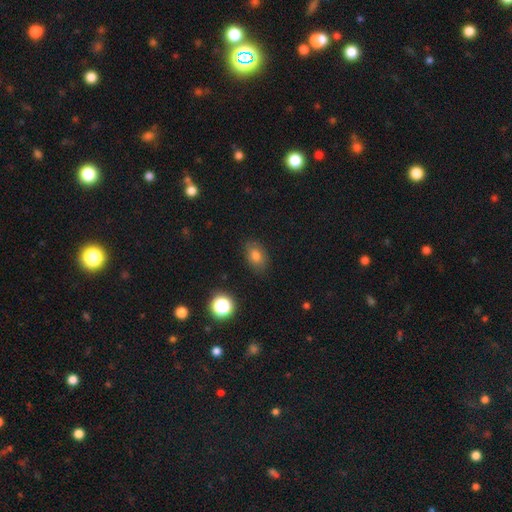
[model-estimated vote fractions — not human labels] Smooth or featured?
  - smooth: 76% *
  - star or artifact: 13%
  - featured or disk: 11%
How rounded?
  - in between: 82% *
  - round: 17%
  - cigar-shaped: 2%
Merging?
  - none: 81% *
  - minor disturbance: 14%
  - major disturbance: 4%
  - merger: 1%